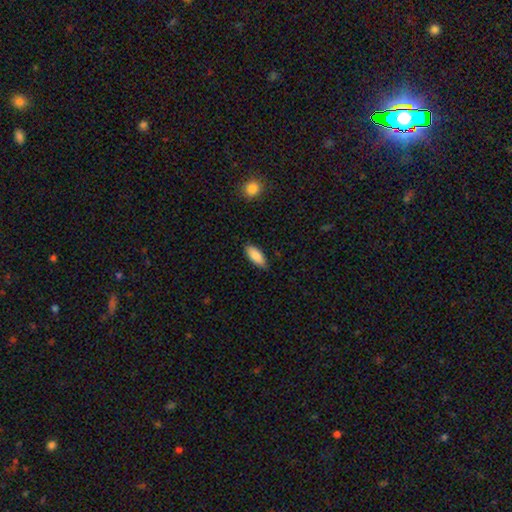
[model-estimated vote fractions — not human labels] Smooth or featured? smooth (87%)
How rounded? in between (83%)
Merging? none (84%)